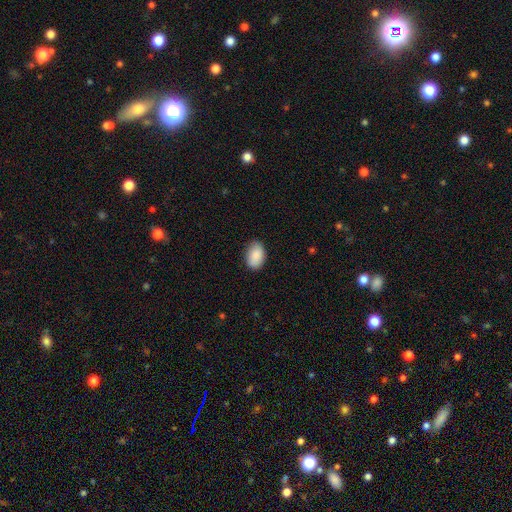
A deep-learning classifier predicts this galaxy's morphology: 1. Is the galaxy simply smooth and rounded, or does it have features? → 89% smooth, 6% star or artifact, 5% featured or disk.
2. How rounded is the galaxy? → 89% in between, 10% round, 1% cigar-shaped.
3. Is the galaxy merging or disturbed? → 83% none, 13% minor disturbance, 2% major disturbance, 1% merger.